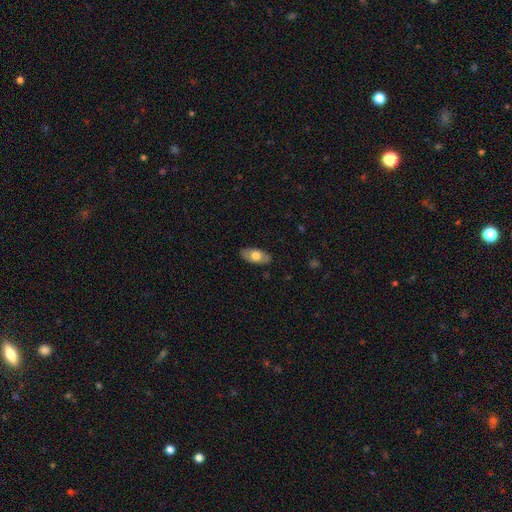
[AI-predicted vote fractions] Smooth or featured?
  - smooth: 65% *
  - featured or disk: 30%
  - star or artifact: 6%
How rounded?
  - in between: 92% *
  - cigar-shaped: 4%
  - round: 4%
Merging?
  - none: 86% *
  - minor disturbance: 11%
  - major disturbance: 2%
  - merger: 1%